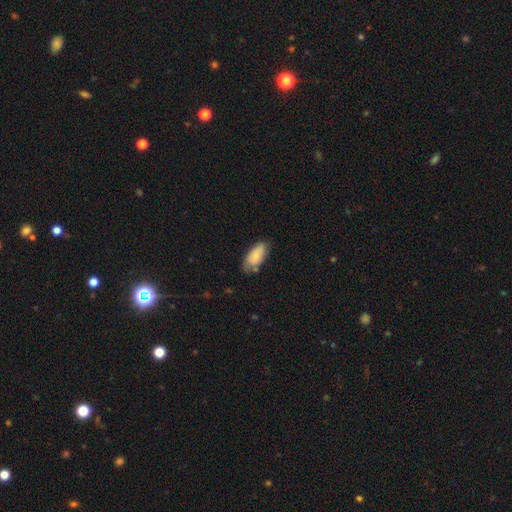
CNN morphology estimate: type=smooth (76%); roundness=in between (91%); merging=none (59%).